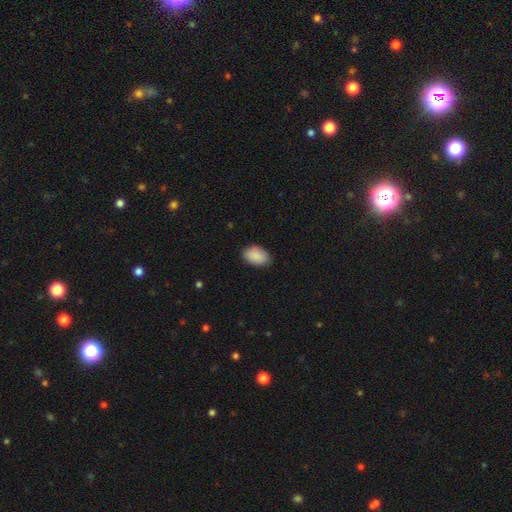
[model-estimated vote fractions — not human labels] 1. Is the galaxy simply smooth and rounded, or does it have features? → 91% smooth, 6% star or artifact, 3% featured or disk.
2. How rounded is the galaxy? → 90% in between, 8% round, 1% cigar-shaped.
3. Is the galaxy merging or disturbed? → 85% none, 12% minor disturbance, 2% major disturbance, 1% merger.